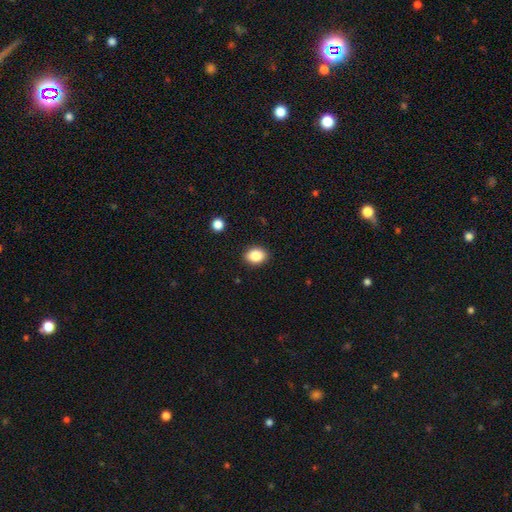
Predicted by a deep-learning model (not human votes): A smooth galaxy with no disk features (86%) that is in between round and cigar-shaped (58%). Merging: none (90%).